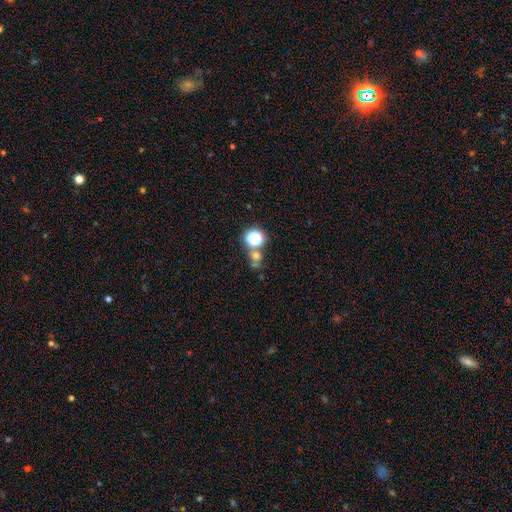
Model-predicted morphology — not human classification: Smooth or featured: smooth — 56% (star or artifact — 33%)
How rounded: round — 84% (in between — 14%)
Merging: none — 54% (merger — 31%)